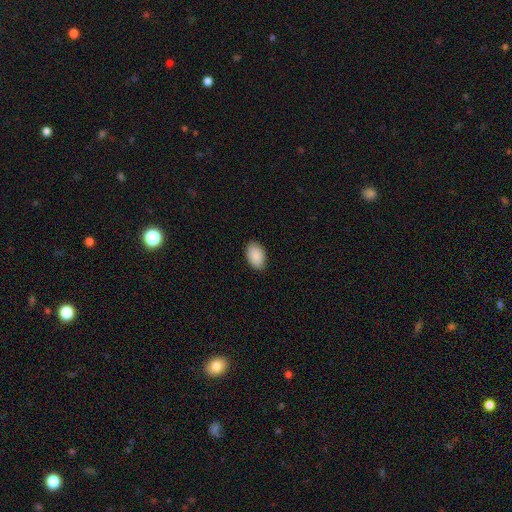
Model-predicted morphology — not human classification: Smooth or featured?
  - smooth: 91% *
  - star or artifact: 6%
  - featured or disk: 3%
How rounded?
  - in between: 91% *
  - round: 8%
  - cigar-shaped: 1%
Merging?
  - none: 87% *
  - minor disturbance: 10%
  - major disturbance: 2%
  - merger: 1%